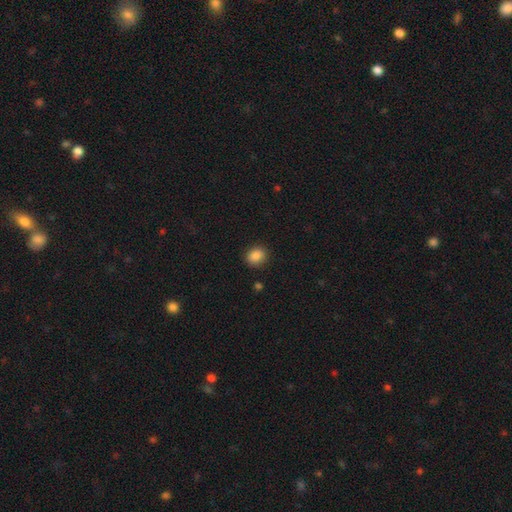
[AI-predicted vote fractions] smooth_or_featured: smooth (p=0.87) [alt: star or artifact p=0.09]
how_rounded: round (p=0.57) [alt: in between p=0.42]
merging: none (p=0.89) [alt: minor disturbance p=0.08]